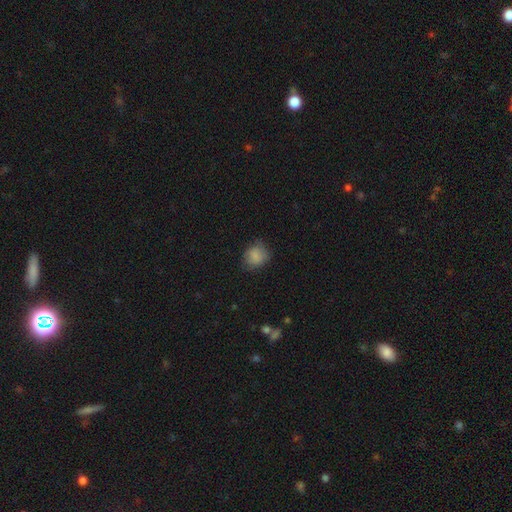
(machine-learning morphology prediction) type=smooth (84%); roundness=round (68%); merging=none (69%).